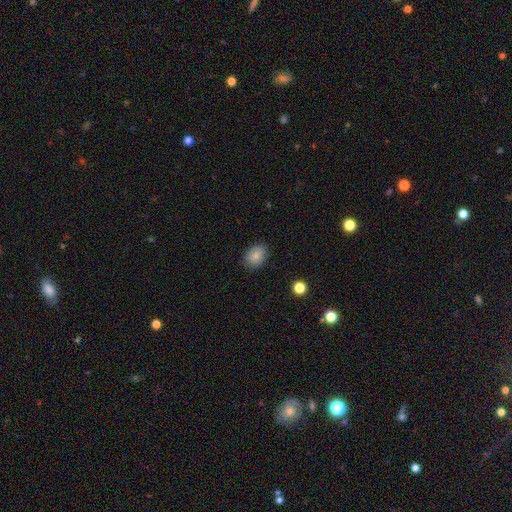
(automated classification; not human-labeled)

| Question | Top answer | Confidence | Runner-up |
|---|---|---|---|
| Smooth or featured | smooth | 83% | featured or disk (8%) |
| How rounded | in between | 72% | round (27%) |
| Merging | none | 84% | minor disturbance (12%) |